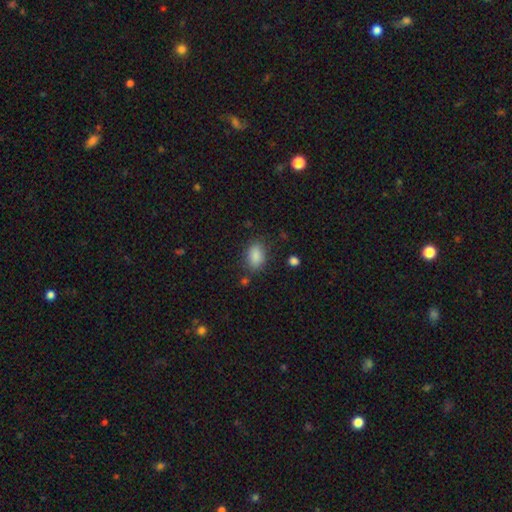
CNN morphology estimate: type=smooth (87%); roundness=in between (82%); merging=none (77%).